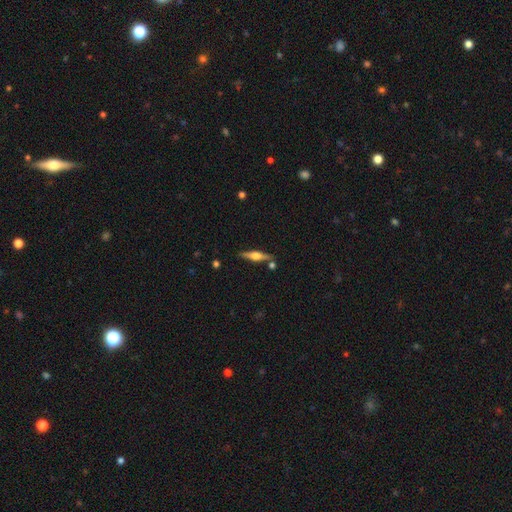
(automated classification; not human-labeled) Smooth or featured? featured or disk (68%)
Edge-on disk? yes (97%)
Edge-on bulge? rounded (88%)
Merging? none (82%)